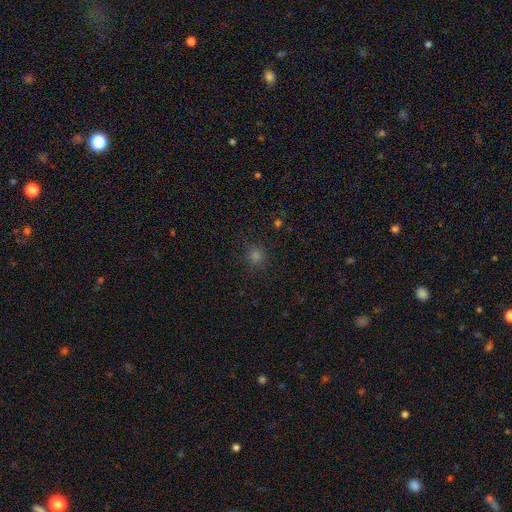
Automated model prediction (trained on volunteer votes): Q: Smooth or featured?
A: smooth (71%); runner-up: star or artifact (25%)
Q: How rounded?
A: round (91%); runner-up: in between (8%)
Q: Merging?
A: none (89%); runner-up: minor disturbance (7%)